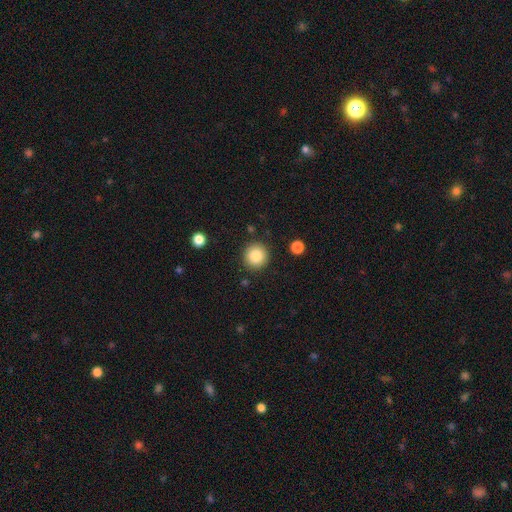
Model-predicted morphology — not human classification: Smooth or featured?
  - smooth: 86% *
  - star or artifact: 9%
  - featured or disk: 5%
How rounded?
  - round: 94% *
  - in between: 5%
  - cigar-shaped: 1%
Merging?
  - none: 89% *
  - minor disturbance: 7%
  - major disturbance: 2%
  - merger: 2%